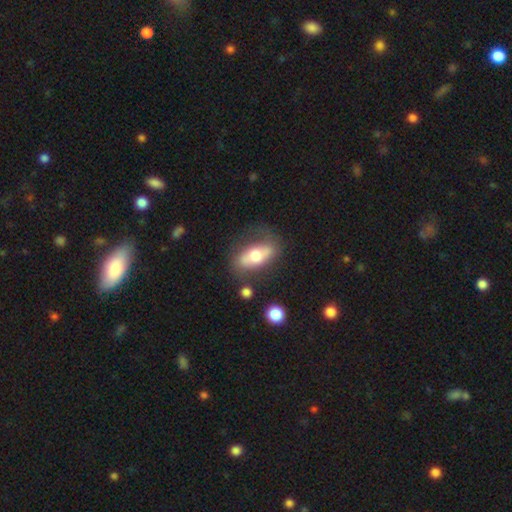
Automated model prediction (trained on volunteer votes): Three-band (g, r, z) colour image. It shows a smooth galaxy with no disk features (51%) that is in between round and cigar-shaped (83%). Merging: none (61%).